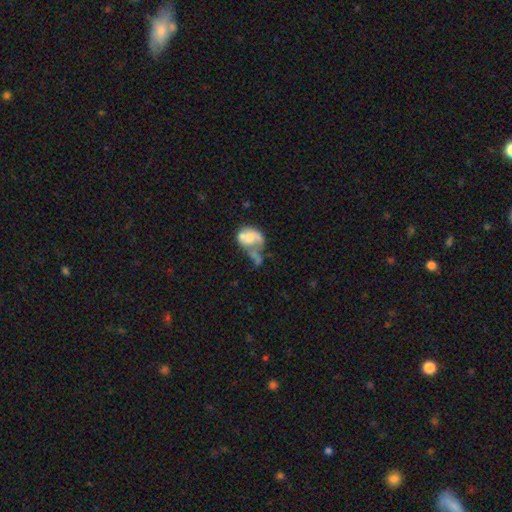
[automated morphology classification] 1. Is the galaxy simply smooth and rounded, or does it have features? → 49% featured or disk, 40% smooth, 11% star or artifact.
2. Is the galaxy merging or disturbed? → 43% merger, 27% major disturbance, 17% none, 13% minor disturbance.